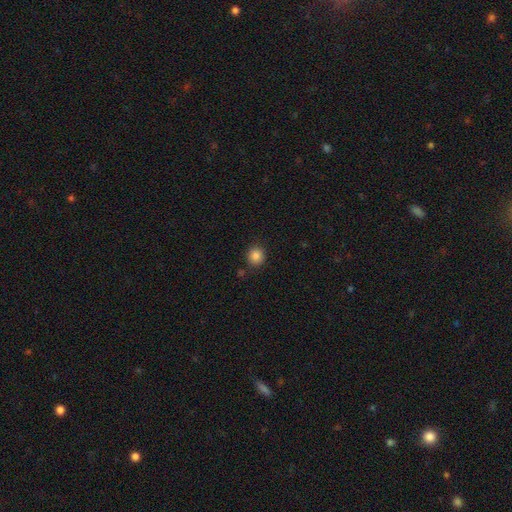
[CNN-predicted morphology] smooth_or_featured: smooth (p=0.86) [alt: star or artifact p=0.11]
how_rounded: round (p=0.89) [alt: in between p=0.10]
merging: none (p=0.86) [alt: minor disturbance p=0.09]